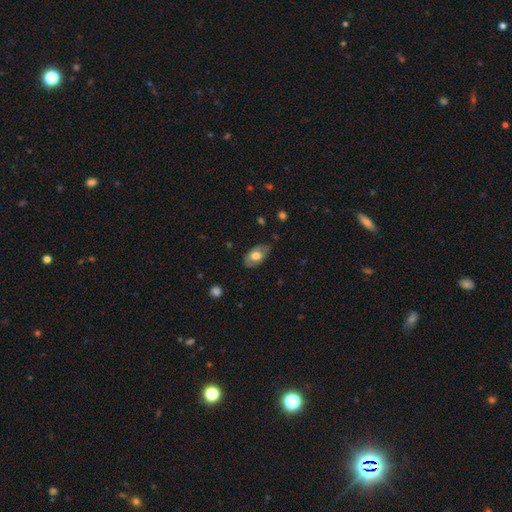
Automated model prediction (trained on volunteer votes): Smooth or featured? Predicted: smooth (p=0.61). How rounded? Predicted: in between (p=0.92). Merging? Predicted: none (p=0.73).